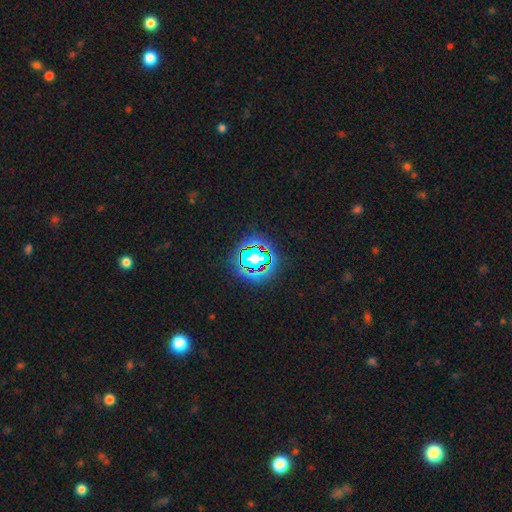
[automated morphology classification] Smooth or featured: star or artifact — 79% (smooth — 13%)